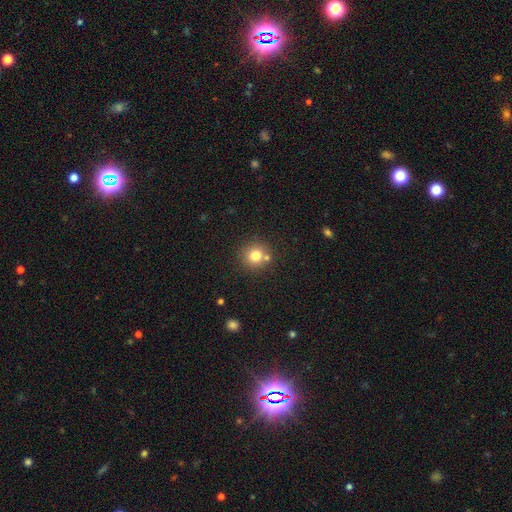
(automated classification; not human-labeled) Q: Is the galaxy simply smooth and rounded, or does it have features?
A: smooth — 78%.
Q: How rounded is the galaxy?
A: round — 92%.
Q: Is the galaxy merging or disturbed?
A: none — 74%.